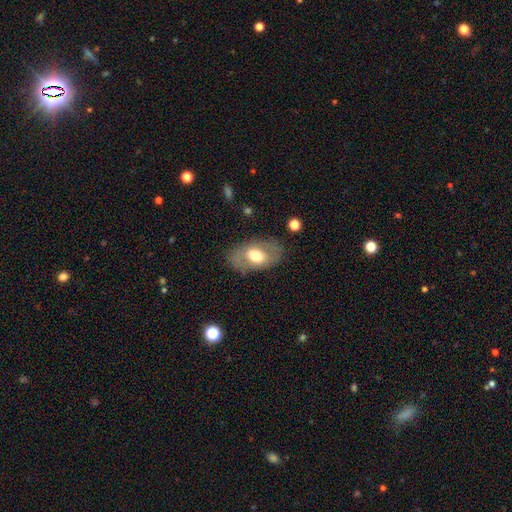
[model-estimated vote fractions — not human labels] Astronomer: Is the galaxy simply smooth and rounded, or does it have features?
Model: smooth — 53% (runner-up: featured or disk, 40%).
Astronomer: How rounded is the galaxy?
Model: in between — 87%.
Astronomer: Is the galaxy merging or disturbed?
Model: none — 76%.